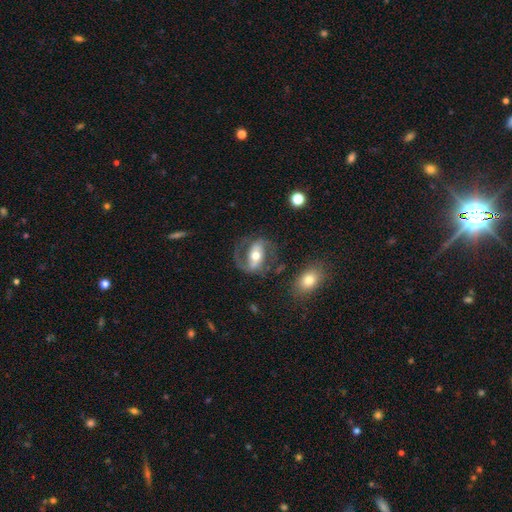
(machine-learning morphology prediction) type=featured or disk (78%); edge-on=no (95%); bar=strong (47%); spiral arms=yes (89%); winding=medium (49%); arm count=2 (77%); bulge=moderate (70%); merging=none (61%).